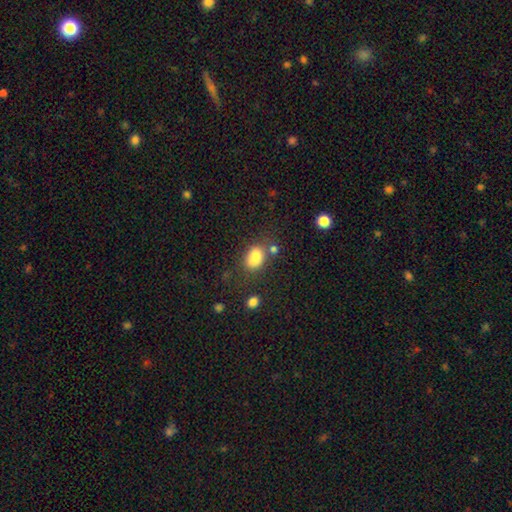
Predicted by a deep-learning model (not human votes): A smooth galaxy with no disk features (83%) that is in between round and cigar-shaped (74%). Merging: none (61%).